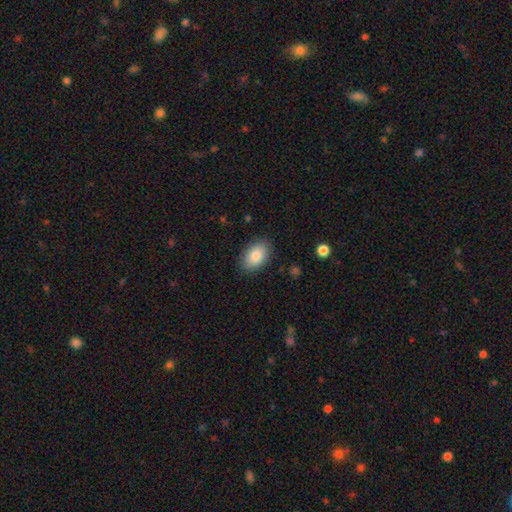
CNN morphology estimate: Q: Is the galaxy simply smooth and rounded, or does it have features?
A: smooth — 85%.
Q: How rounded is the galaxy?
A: in between — 89%.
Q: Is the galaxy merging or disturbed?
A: none — 85%.